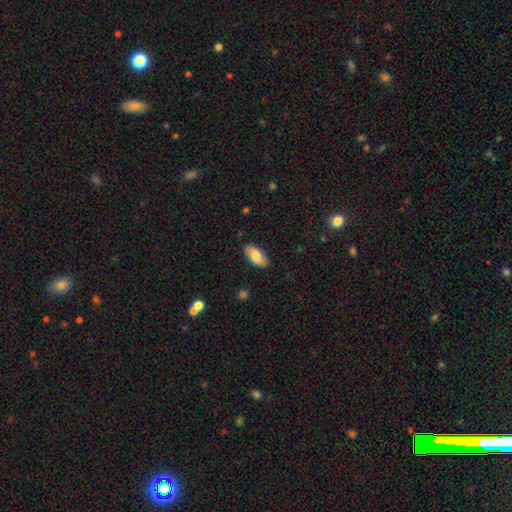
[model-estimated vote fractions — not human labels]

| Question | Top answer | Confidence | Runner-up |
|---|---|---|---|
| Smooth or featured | smooth | 77% | featured or disk (17%) |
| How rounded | in between | 90% | cigar-shaped (8%) |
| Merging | none | 86% | minor disturbance (11%) |